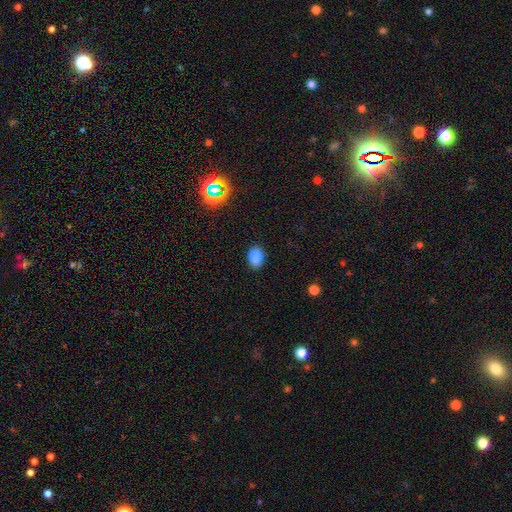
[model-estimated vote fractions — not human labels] Smooth or featured?
  - smooth: 83% *
  - star or artifact: 12%
  - featured or disk: 5%
How rounded?
  - in between: 80% *
  - round: 18%
  - cigar-shaped: 1%
Merging?
  - none: 81% *
  - minor disturbance: 15%
  - major disturbance: 3%
  - merger: 1%